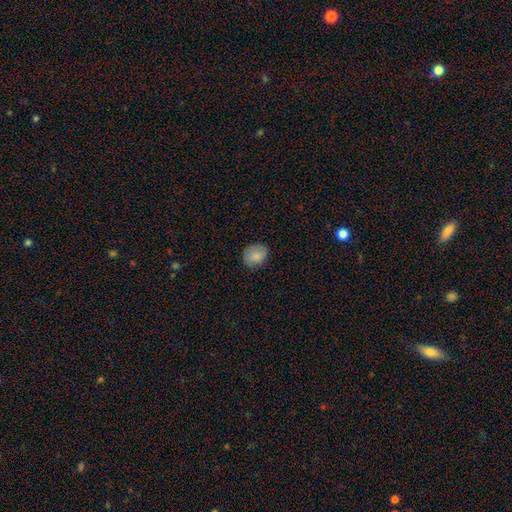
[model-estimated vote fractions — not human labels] Smooth or featured?
  - smooth: 84% *
  - star or artifact: 8%
  - featured or disk: 7%
How rounded?
  - round: 59% *
  - in between: 40%
  - cigar-shaped: 1%
Merging?
  - none: 80% *
  - minor disturbance: 15%
  - major disturbance: 3%
  - merger: 1%